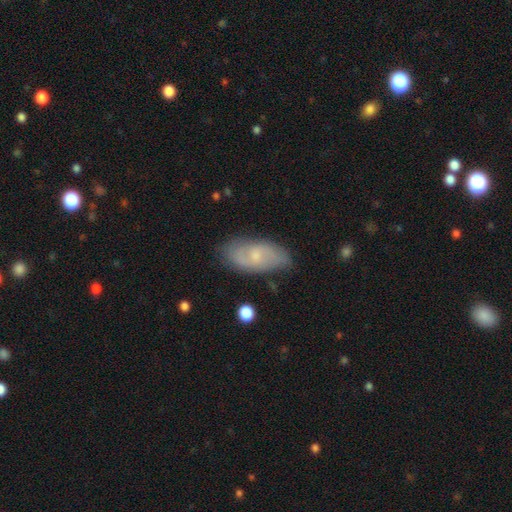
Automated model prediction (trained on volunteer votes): Smooth or featured: featured or disk — 53% (smooth — 40%)
Edge-on disk: no — 92% (yes — 8%)
Merging: none — 76% (minor disturbance — 18%)